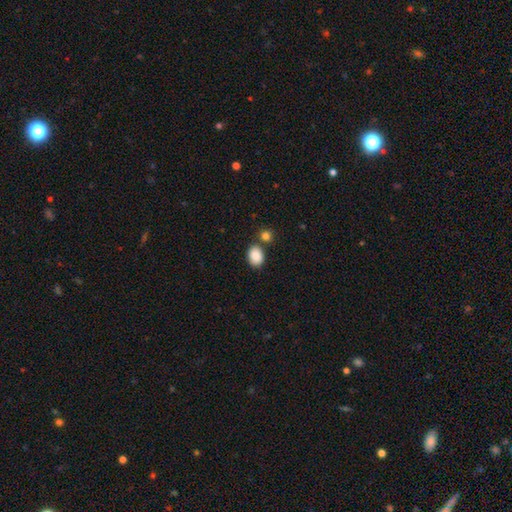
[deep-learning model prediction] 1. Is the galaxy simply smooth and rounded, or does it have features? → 88% smooth, 8% star or artifact, 4% featured or disk.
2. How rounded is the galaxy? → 66% in between, 33% round, 1% cigar-shaped.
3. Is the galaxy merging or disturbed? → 69% none, 14% merger, 13% minor disturbance, 4% major disturbance.